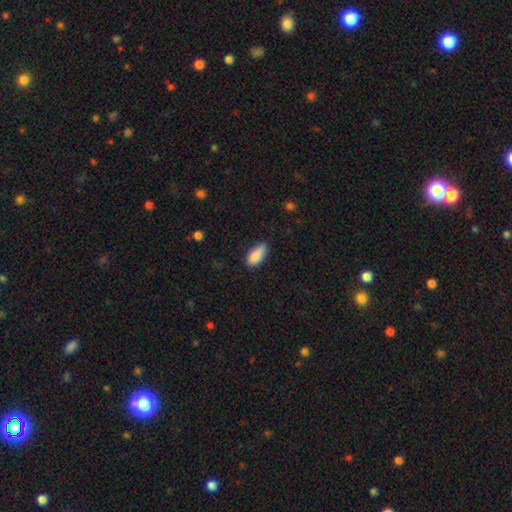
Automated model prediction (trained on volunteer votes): smooth 87%, star or artifact 7%, featured or disk 6%. Down the decision tree: how rounded — in between (87%); merging — none (70%).